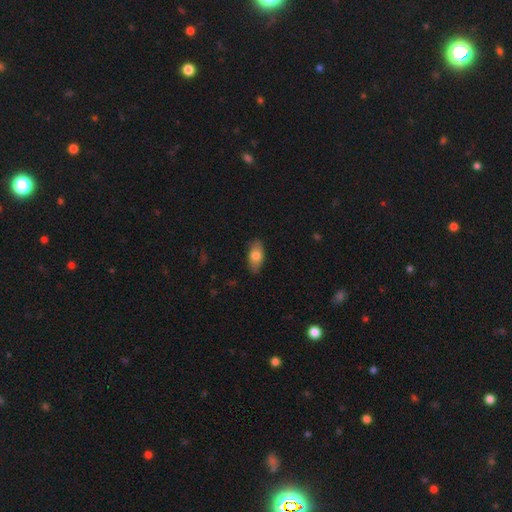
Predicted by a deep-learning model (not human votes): Morphology: type=smooth (76%); roundness=in between (89%); merging=none (85%).